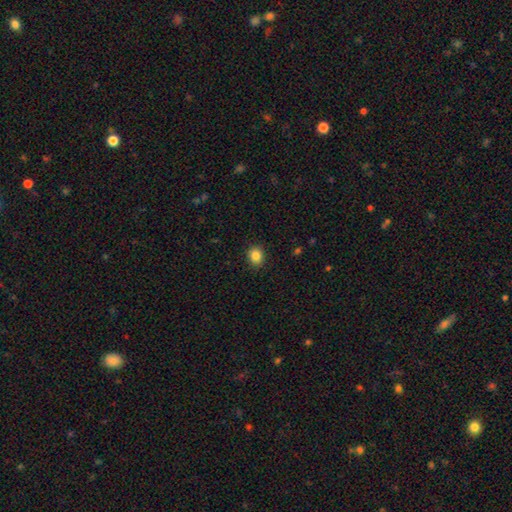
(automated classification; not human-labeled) Smooth or featured? Predicted: smooth (p=0.85). How rounded? Predicted: round (p=0.63). Merging? Predicted: none (p=0.89).